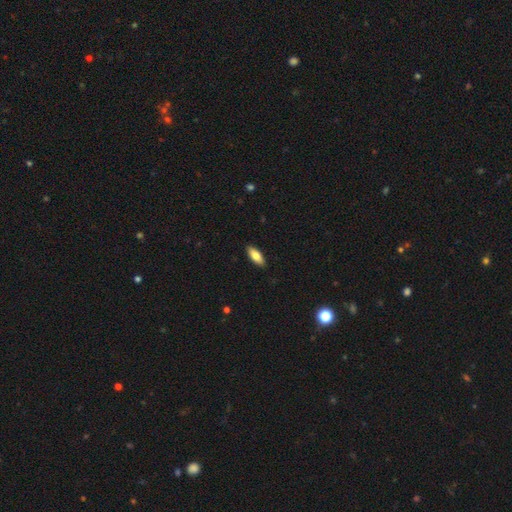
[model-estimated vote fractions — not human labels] The model was most divided on "how rounded": in between: 80%, cigar-shaped: 18%, round: 2%. More confident: merging — none (90%); smooth or featured — smooth (79%).